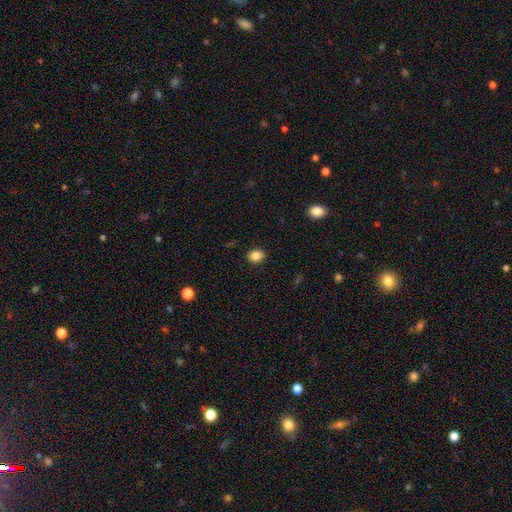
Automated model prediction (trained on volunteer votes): smooth_or_featured: smooth (p=0.85) [alt: star or artifact p=0.10]
how_rounded: in between (p=0.54) [alt: round p=0.45]
merging: none (p=0.87) [alt: minor disturbance p=0.10]